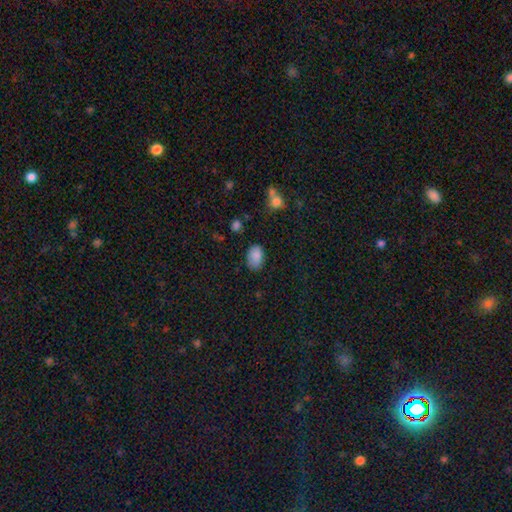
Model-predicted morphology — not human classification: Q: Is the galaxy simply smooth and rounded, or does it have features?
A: smooth — 86%.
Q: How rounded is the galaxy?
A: in between — 87%.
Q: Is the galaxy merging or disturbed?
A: none — 71%.